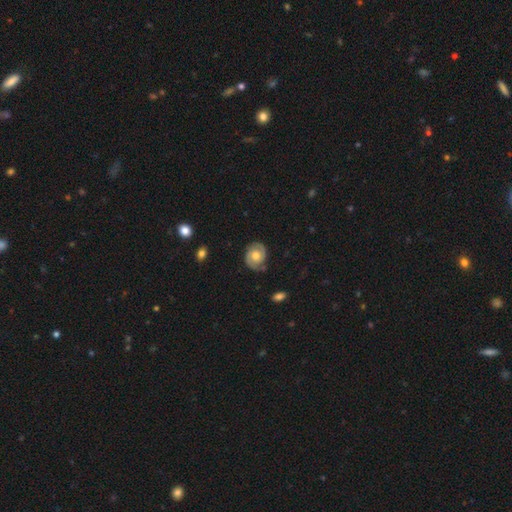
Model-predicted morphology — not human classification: smooth-or-featured: featured or disk: 79% | smooth: 15% | star or artifact: 6%
  disk-edge-on: no: 98% | yes: 2%
    bar: no: 69% | weak: 26% | strong: 5%
    has-spiral-arms: yes: 95% | no: 5%
      spiral-winding: tight: 52% | medium: 39% | loose: 9%
      spiral-arm-count: 2: 90% | can't tell: 4% | 1: 3% | 3: 1% | 4: 1% | more than 4: 1%
    bulge-size: moderate: 70% | small: 18% | large: 9% | none: 2% | dominant: 1%
  merging: none: 80% | minor disturbance: 14% | major disturbance: 4% | merger: 2%